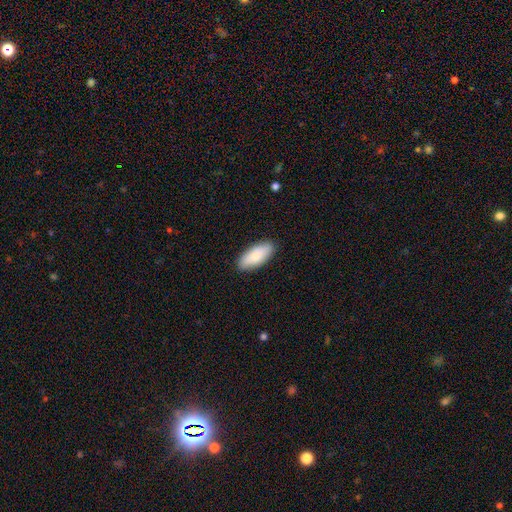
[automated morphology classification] The model was most divided on "how rounded": in between: 82%, cigar-shaped: 16%, round: 2%. More confident: merging — none (88%); smooth or featured — smooth (85%).